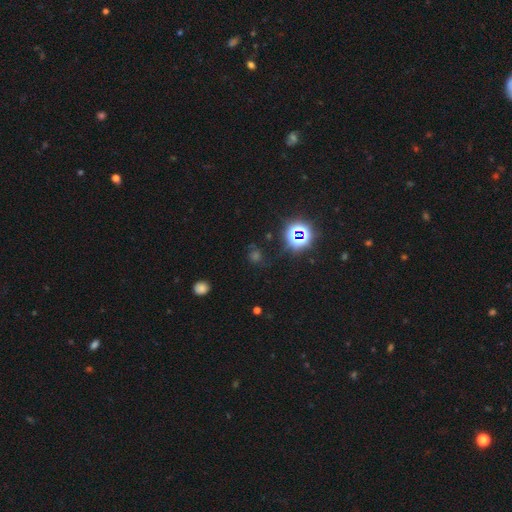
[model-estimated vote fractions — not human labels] Smooth or featured: star or artifact — 61% (smooth — 29%)